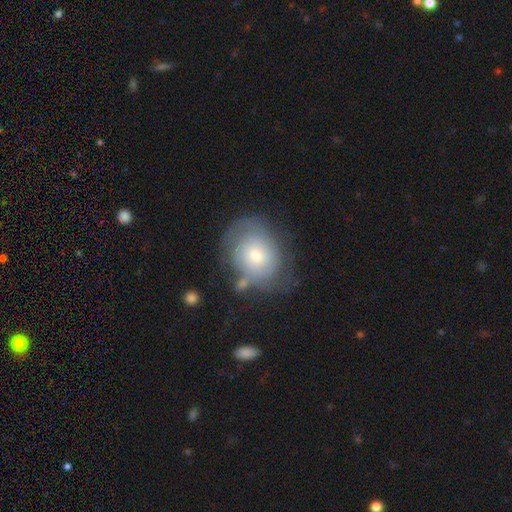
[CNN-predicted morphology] Smooth or featured? featured or disk (47%)
Merging? none (56%)